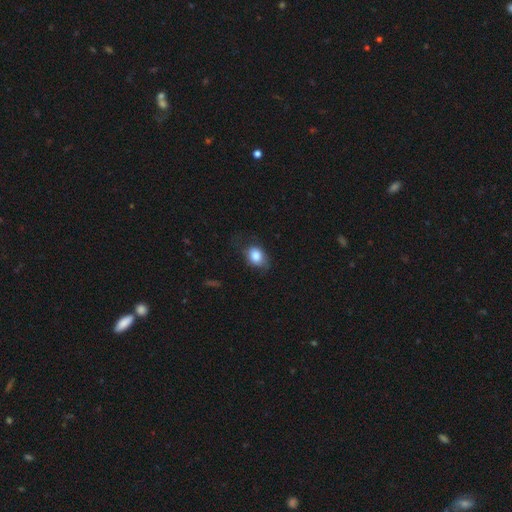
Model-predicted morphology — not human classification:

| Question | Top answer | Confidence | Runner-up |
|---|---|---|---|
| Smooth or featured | smooth | 83% | featured or disk (9%) |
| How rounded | in between | 66% | round (32%) |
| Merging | none | 58% | minor disturbance (29%) |